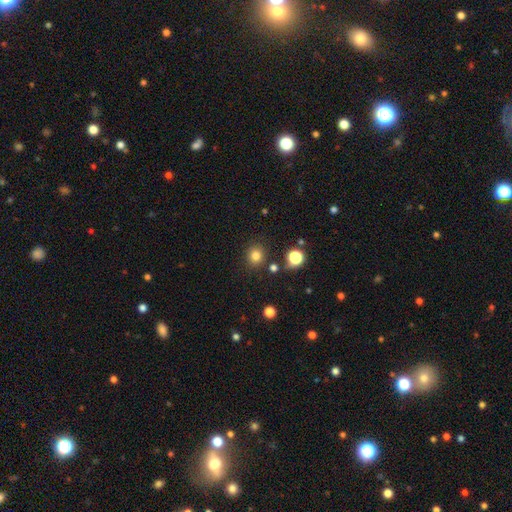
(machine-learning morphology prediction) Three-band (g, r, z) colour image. It shows a smooth galaxy with no disk features (80%) that is round (85%). Merging: none (84%).